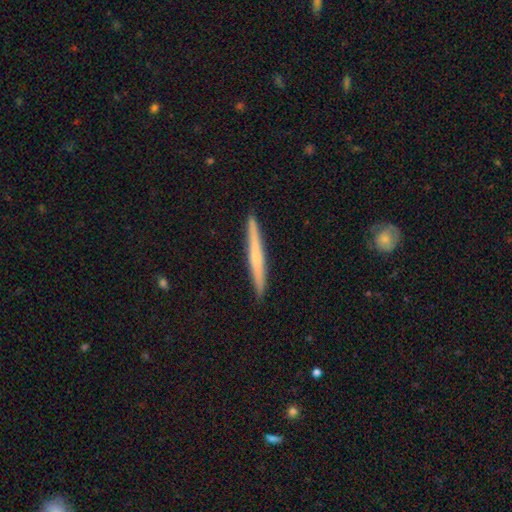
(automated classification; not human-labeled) Q: Smooth or featured?
A: featured or disk (49%); runner-up: smooth (45%)
Q: Merging?
A: none (92%); runner-up: minor disturbance (6%)